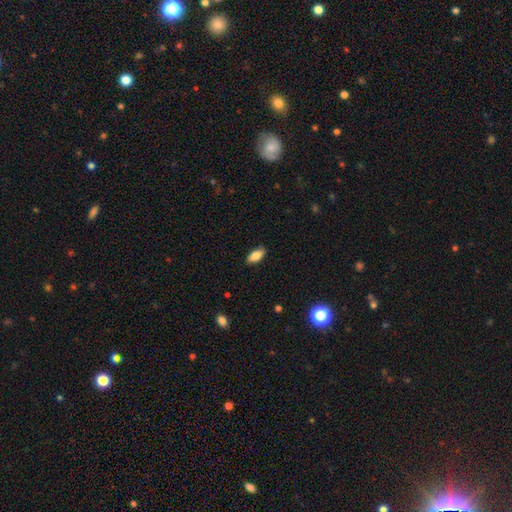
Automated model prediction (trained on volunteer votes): smooth 82%, featured or disk 11%, star or artifact 7%. Down the decision tree: how rounded — in between (87%); merging — none (85%).